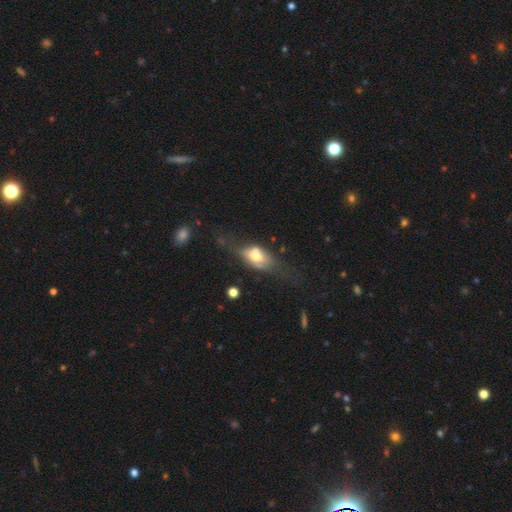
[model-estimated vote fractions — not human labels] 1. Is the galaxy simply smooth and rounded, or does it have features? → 47% smooth, 44% featured or disk, 9% star or artifact.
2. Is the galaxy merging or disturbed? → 40% none, 27% major disturbance, 26% minor disturbance, 7% merger.